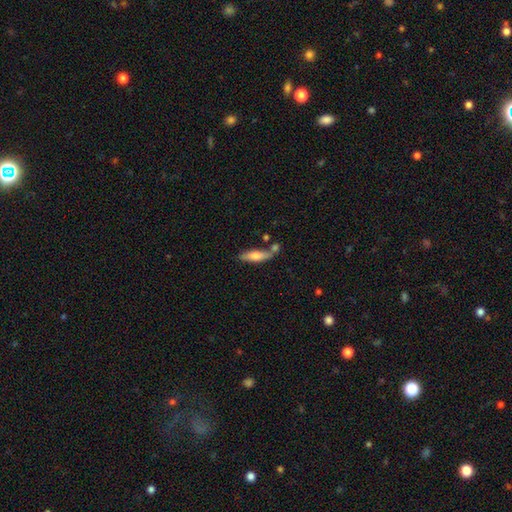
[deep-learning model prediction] smooth 69%, featured or disk 25%, star or artifact 6%. Down the decision tree: how rounded — cigar-shaped (58%); merging — none (62%).